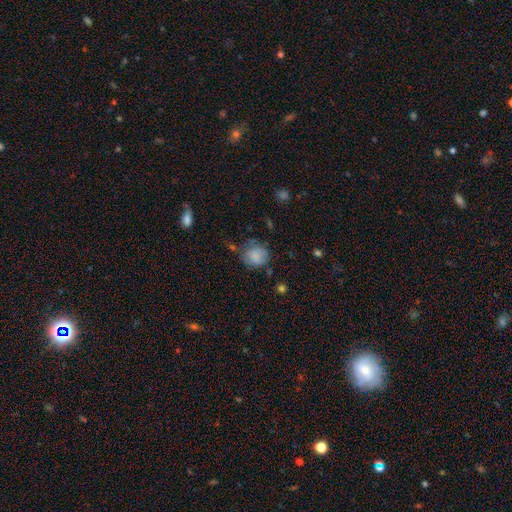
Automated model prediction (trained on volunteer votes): This is likely a smooth galaxy (79%). How rounded: likely round (80%). Merging: possibly none (57%).